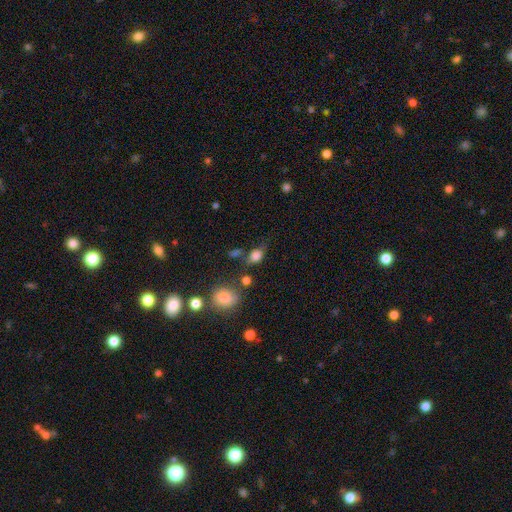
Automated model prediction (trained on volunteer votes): This appears to be a smooth galaxy with no disk features (79%) that is in between round and cigar-shaped (62%). Merging: none (56%).